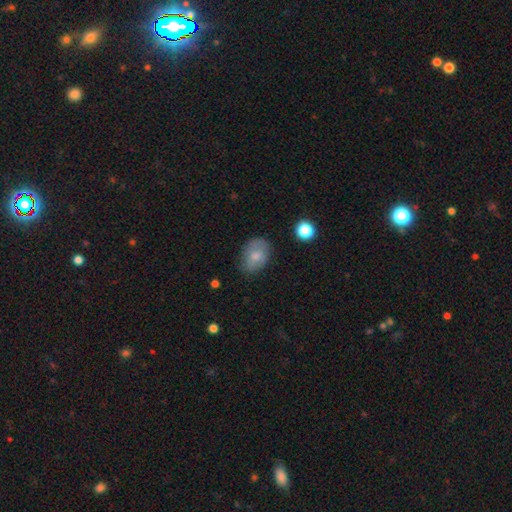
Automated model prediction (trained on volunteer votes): smooth 73%, featured or disk 19%, star or artifact 8%. Down the decision tree: how rounded — in between (78%); merging — none (68%).